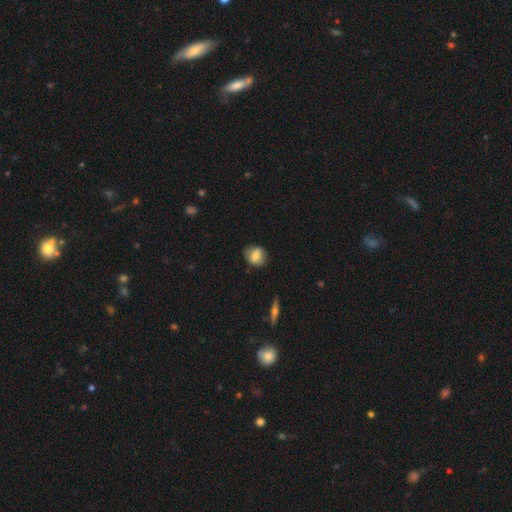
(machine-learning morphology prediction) This is likely a smooth galaxy (71%). How rounded: possibly round (56%). Merging: likely none (72%).